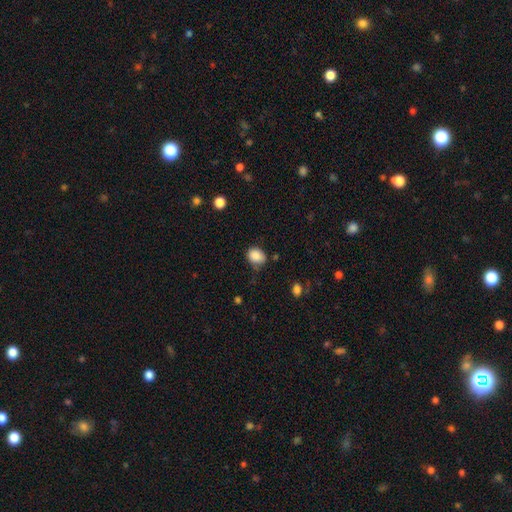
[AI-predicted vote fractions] smooth_or_featured: smooth (p=0.87) [alt: star or artifact p=0.09]
how_rounded: in between (p=0.51) [alt: round p=0.48]
merging: none (p=0.67) [alt: minor disturbance p=0.25]